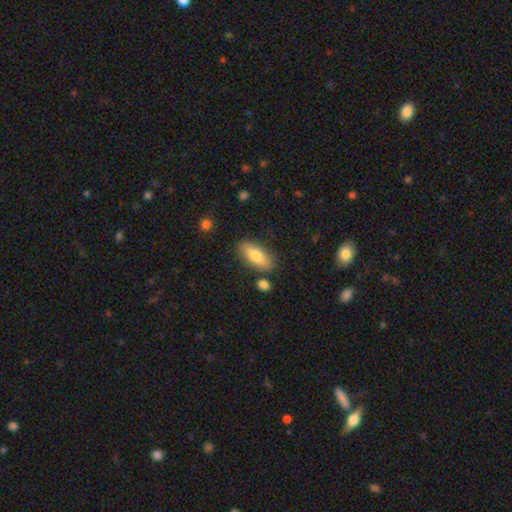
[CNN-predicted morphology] smooth_or_featured: smooth (p=0.77) [alt: featured or disk p=0.17]
how_rounded: in between (p=0.79) [alt: cigar-shaped p=0.18]
merging: none (p=0.79) [alt: minor disturbance p=0.13]